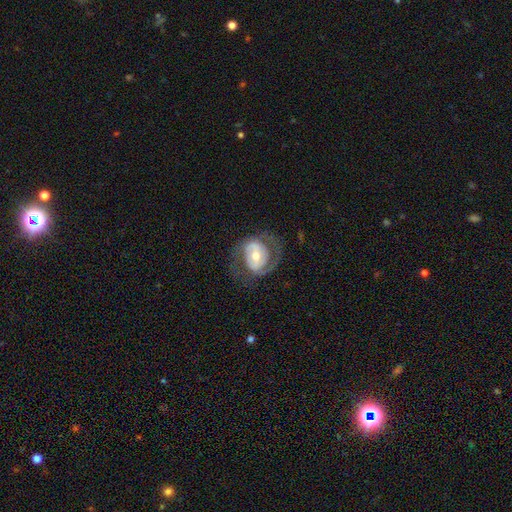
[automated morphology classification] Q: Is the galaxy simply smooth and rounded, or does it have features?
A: featured or disk — 75%.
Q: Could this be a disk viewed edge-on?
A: no — 97%.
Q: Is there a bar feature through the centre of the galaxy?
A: no — 49%.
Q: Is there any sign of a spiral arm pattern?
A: yes — 77%.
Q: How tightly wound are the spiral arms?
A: medium — 43%.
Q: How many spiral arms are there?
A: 2 — 76%.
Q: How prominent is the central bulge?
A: moderate — 67%.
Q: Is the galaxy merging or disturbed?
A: none — 63%.